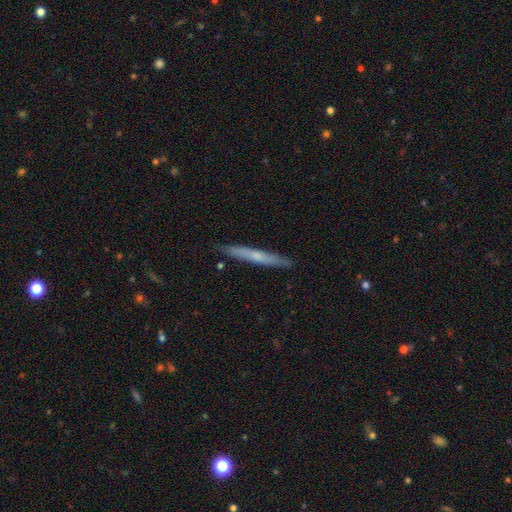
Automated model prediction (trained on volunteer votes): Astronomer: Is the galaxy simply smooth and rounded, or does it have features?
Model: featured or disk — 49% (runner-up: smooth, 45%).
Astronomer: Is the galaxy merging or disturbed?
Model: none — 88%.